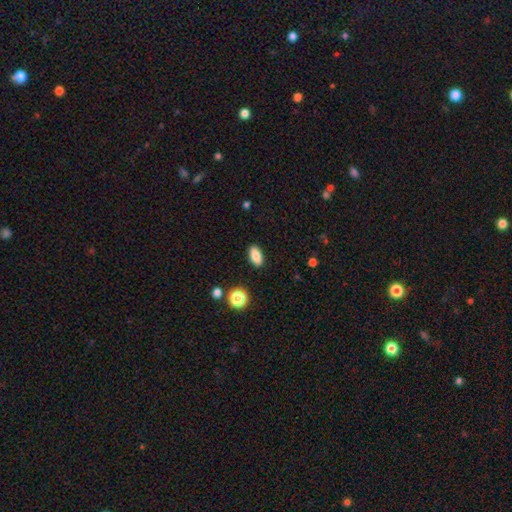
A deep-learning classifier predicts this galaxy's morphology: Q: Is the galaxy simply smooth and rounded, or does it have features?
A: smooth — 84%.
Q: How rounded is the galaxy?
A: in between — 87%.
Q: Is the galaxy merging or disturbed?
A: none — 89%.